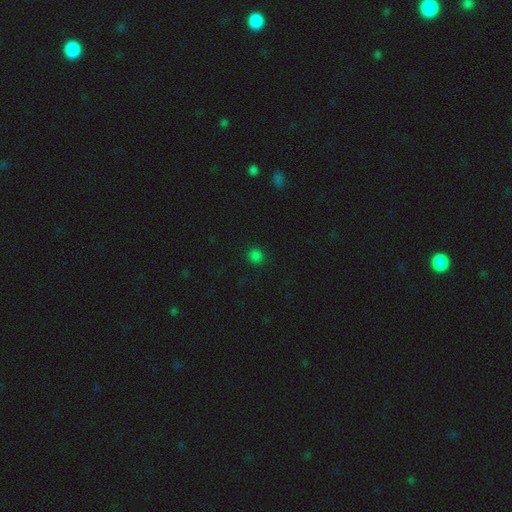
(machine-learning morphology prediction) Smooth or featured: smooth — 80% (star or artifact — 17%)
How rounded: round — 93% (in between — 6%)
Merging: none — 91% (minor disturbance — 6%)